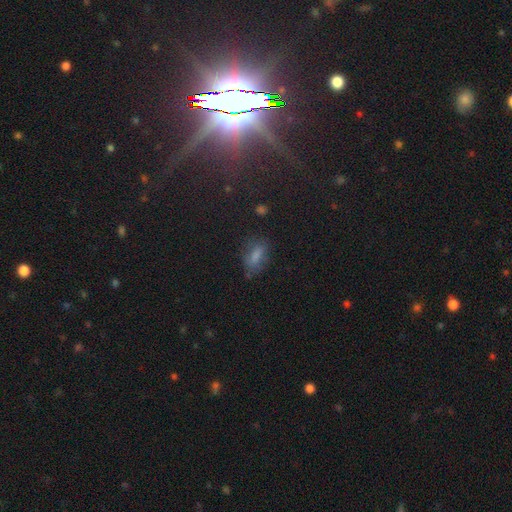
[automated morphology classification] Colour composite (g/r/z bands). It shows a smooth galaxy with no disk features (71%) that is in between round and cigar-shaped (82%). Merging: none (64%).